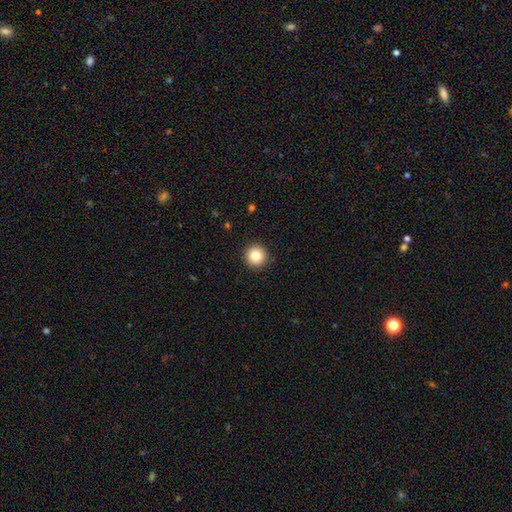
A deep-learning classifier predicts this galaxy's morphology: Smooth or featured?
  - smooth: 82% *
  - star or artifact: 11%
  - featured or disk: 7%
How rounded?
  - round: 96% *
  - in between: 3%
  - cigar-shaped: 1%
Merging?
  - none: 92% *
  - minor disturbance: 5%
  - major disturbance: 2%
  - merger: 1%